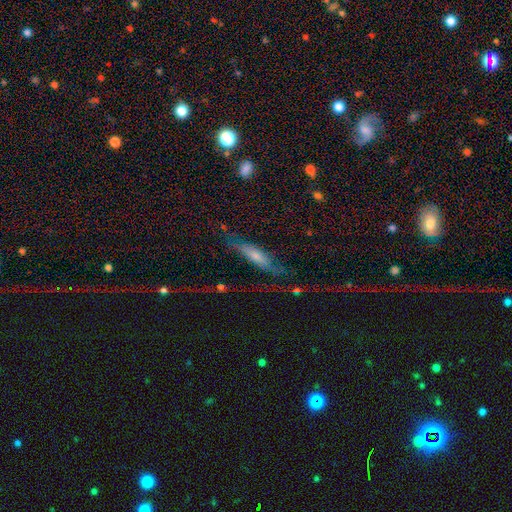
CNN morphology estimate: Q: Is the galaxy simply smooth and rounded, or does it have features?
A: featured or disk — 54%.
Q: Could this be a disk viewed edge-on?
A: yes — 52%.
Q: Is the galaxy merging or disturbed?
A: none — 55%.